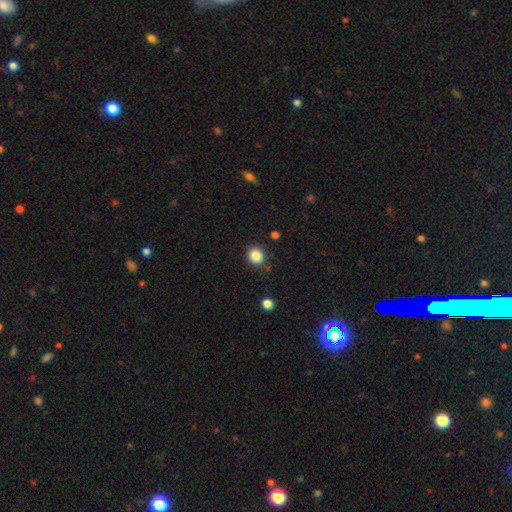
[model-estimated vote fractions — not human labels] smooth_or_featured: smooth (p=0.86) [alt: star or artifact p=0.10]
how_rounded: round (p=0.84) [alt: in between p=0.15]
merging: none (p=0.86) [alt: minor disturbance p=0.09]